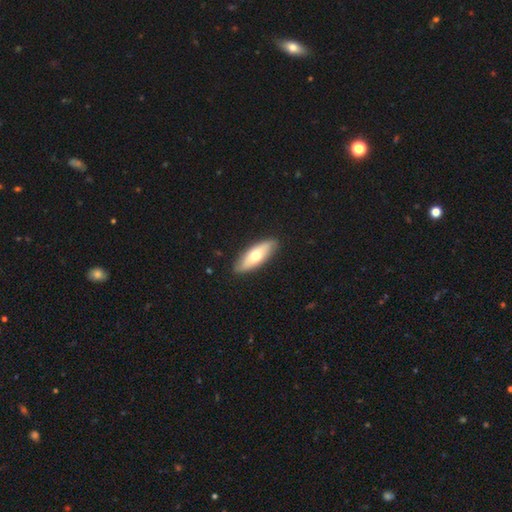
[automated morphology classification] A smooth galaxy with no disk features (60%) that is in between round and cigar-shaped (64%). Merging: none (88%).